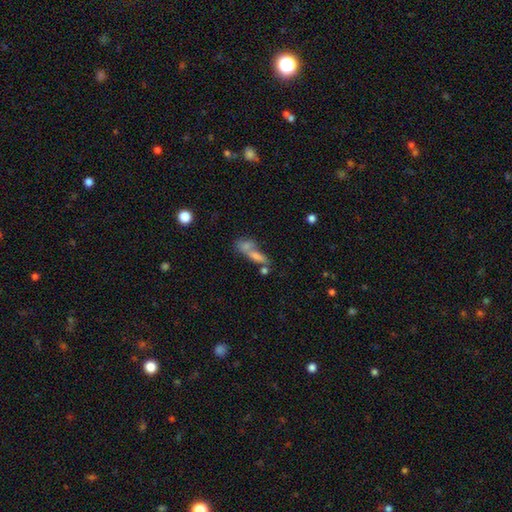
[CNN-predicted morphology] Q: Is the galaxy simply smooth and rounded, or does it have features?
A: smooth — 58%.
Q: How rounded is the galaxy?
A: cigar-shaped — 49%.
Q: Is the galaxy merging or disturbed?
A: merger — 50%.